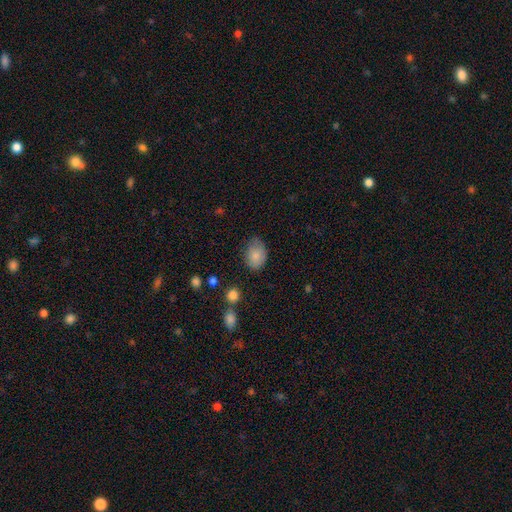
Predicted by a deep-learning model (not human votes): This appears to be a smooth galaxy with no disk features (83%) that is in between round and cigar-shaped (77%). Merging: none (68%).